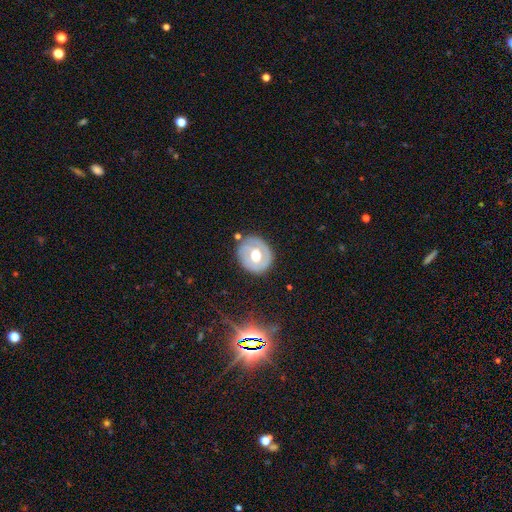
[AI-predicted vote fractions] This appears to be a featured or disk galaxy (58%) with no bar (64%), no spiral arms (64%) and a moderate central bulge (71%). Merging: none (75%).